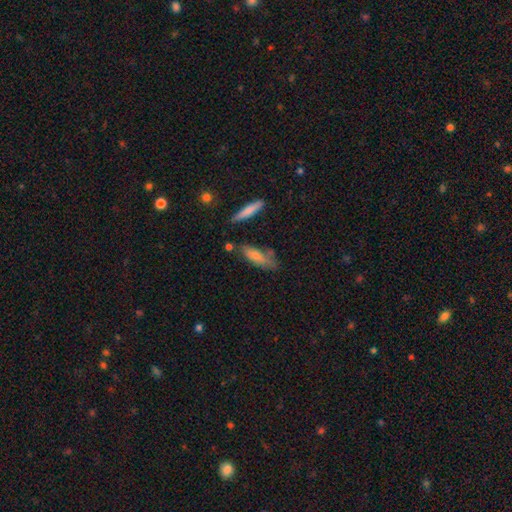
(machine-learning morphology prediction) smooth_or_featured: smooth (p=0.66) [alt: featured or disk p=0.26]
how_rounded: cigar-shaped (p=0.57) [alt: in between p=0.41]
merging: none (p=0.65) [alt: minor disturbance p=0.22]